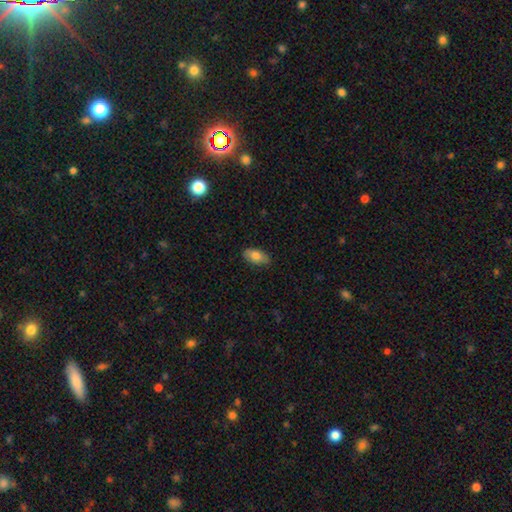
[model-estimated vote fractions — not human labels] Morphology: type=smooth (78%); roundness=in between (91%); merging=none (83%).